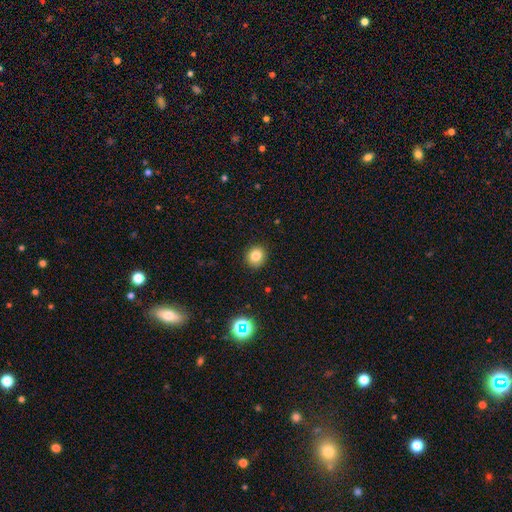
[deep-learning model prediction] Smooth or featured? smooth (81%)
How rounded? round (80%)
Merging? none (90%)